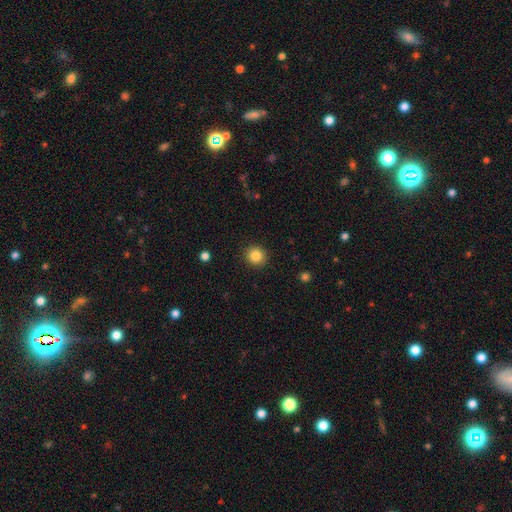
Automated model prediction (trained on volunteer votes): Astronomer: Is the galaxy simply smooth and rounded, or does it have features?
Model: smooth — 85%.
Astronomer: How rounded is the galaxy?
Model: round — 91%.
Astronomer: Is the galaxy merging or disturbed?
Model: none — 91%.